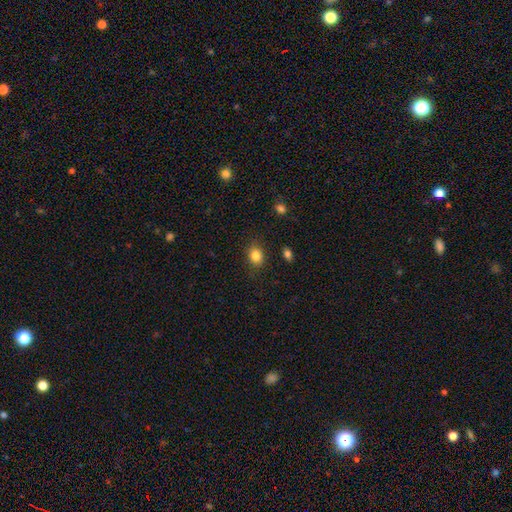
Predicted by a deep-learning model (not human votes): smooth 84%, star or artifact 10%, featured or disk 6%. Down the decision tree: how rounded — in between (50%); merging — none (84%).